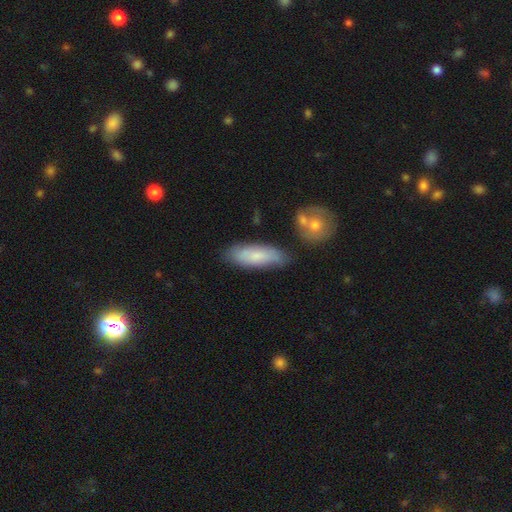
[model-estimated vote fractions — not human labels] A smooth galaxy with no disk features (73%) that is in between round and cigar-shaped (63%).

Vote fractions:
- Smooth or featured? smooth: 73% / featured or disk: 21% / star or artifact: 6%
- How rounded? in between: 63% / cigar-shaped: 35% / round: 2%
- Merging? none: 74% / minor disturbance: 17% / merger: 5% / major disturbance: 4%